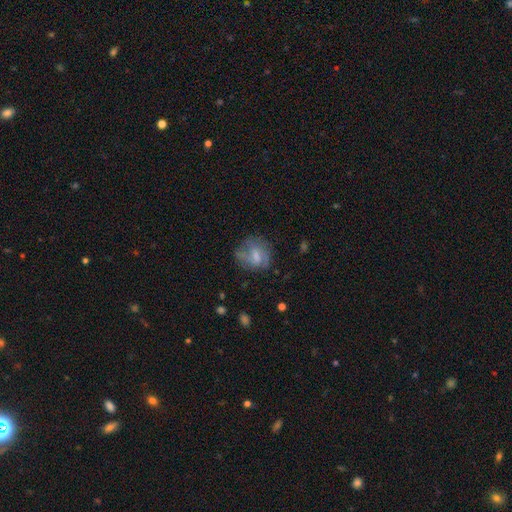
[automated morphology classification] Smooth or featured?
  - smooth: 47% *
  - featured or disk: 44%
  - star or artifact: 9%
Merging?
  - none: 53% *
  - minor disturbance: 25%
  - major disturbance: 18%
  - merger: 3%